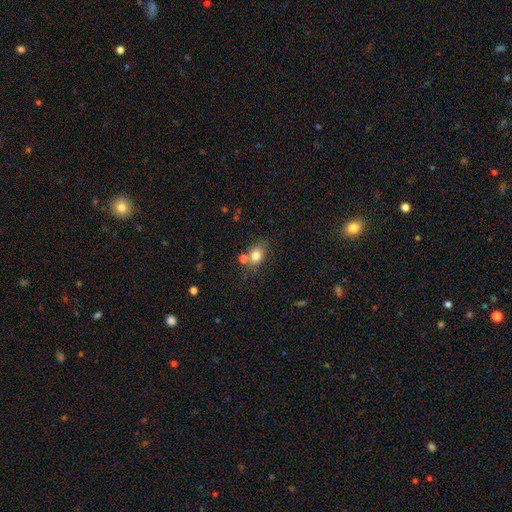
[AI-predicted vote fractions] The model was most divided on "how rounded": in between: 59%, round: 40%, cigar-shaped: 1%. More confident: smooth or featured — smooth (79%); merging — none (58%).